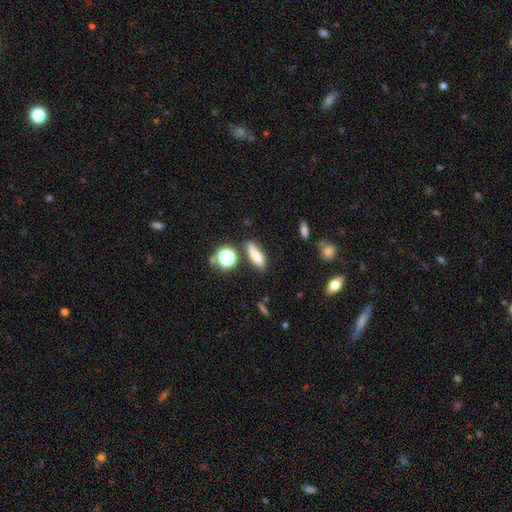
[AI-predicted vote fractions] Smooth or featured? Predicted: smooth (p=0.74). How rounded? Predicted: in between (p=0.58). Merging? Predicted: none (p=0.67).